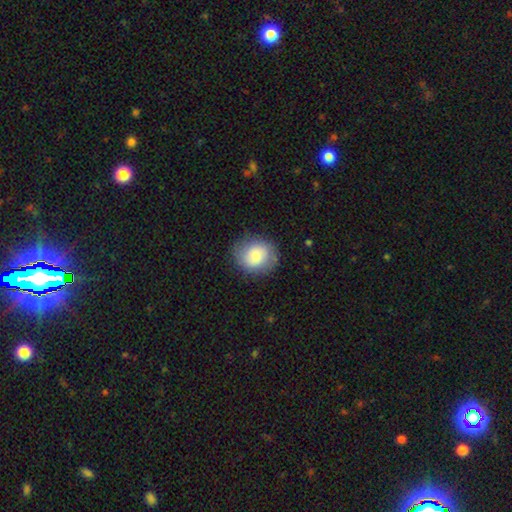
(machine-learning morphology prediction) Smooth or featured?
  - smooth: 76% *
  - featured or disk: 16%
  - star or artifact: 7%
How rounded?
  - round: 78% *
  - in between: 21%
  - cigar-shaped: 1%
Merging?
  - none: 80% *
  - minor disturbance: 14%
  - major disturbance: 5%
  - merger: 1%